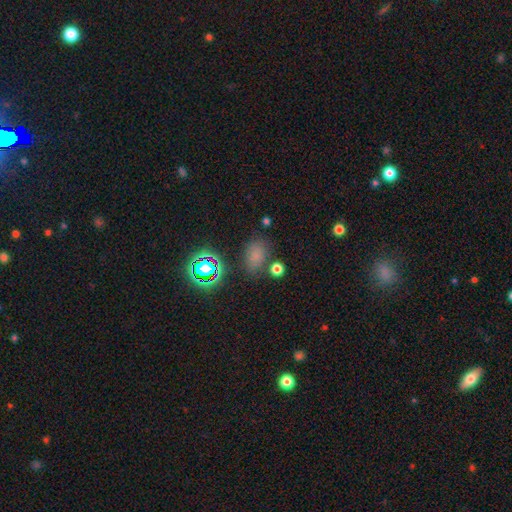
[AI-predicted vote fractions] smooth-or-featured: smooth: 67% | star or artifact: 26% | featured or disk: 7%
  how-rounded: in between: 73% | round: 26% | cigar-shaped: 2%
  merging: none: 71% | minor disturbance: 16% | merger: 7% | major disturbance: 6%